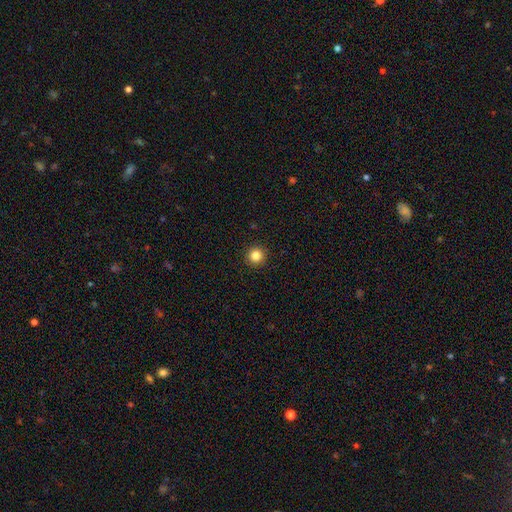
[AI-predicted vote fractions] Smooth or featured? smooth (84%)
How rounded? round (96%)
Merging? none (93%)